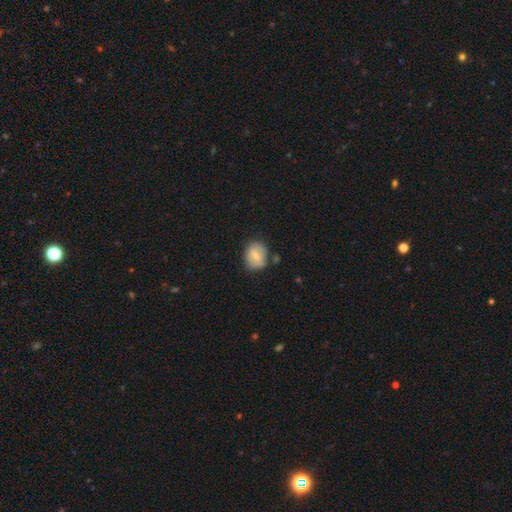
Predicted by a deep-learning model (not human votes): Smooth or featured: smooth — 73% (featured or disk — 19%)
How rounded: round — 60% (in between — 39%)
Merging: none — 72% (minor disturbance — 18%)